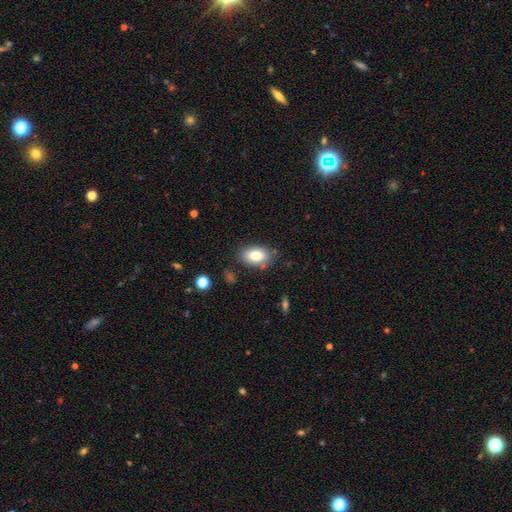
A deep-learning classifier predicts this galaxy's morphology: smooth-or-featured: smooth: 81% | featured or disk: 12% | star or artifact: 8%
  how-rounded: in between: 90% | round: 8% | cigar-shaped: 2%
  merging: none: 79% | minor disturbance: 14% | major disturbance: 4% | merger: 3%